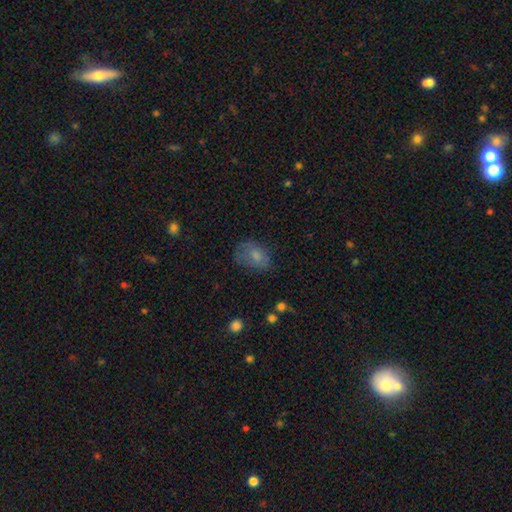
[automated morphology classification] A smooth galaxy with no disk features (73%) that is in between round and cigar-shaped (78%).

Vote fractions:
- Smooth or featured? smooth: 73% / featured or disk: 17% / star or artifact: 10%
- How rounded? in between: 78% / round: 21% / cigar-shaped: 1%
- Merging? none: 54% / minor disturbance: 28% / major disturbance: 16% / merger: 2%